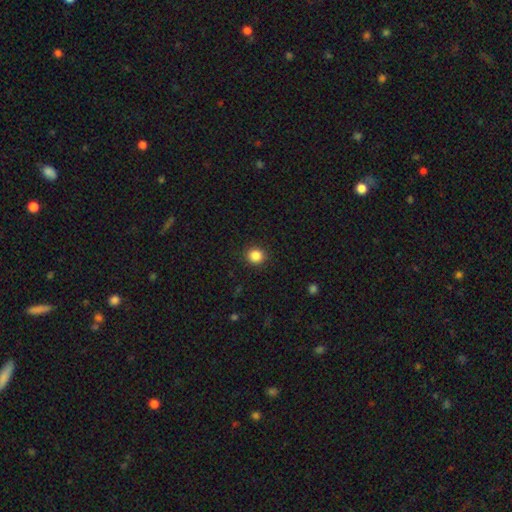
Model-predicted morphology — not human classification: Smooth or featured?
  - smooth: 86% *
  - star or artifact: 11%
  - featured or disk: 3%
How rounded?
  - round: 88% *
  - in between: 11%
  - cigar-shaped: 1%
Merging?
  - none: 91% *
  - minor disturbance: 6%
  - major disturbance: 2%
  - merger: 1%